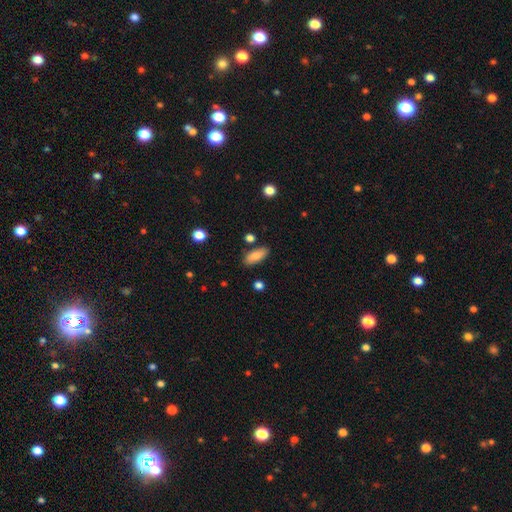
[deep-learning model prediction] A smooth galaxy with no disk features (85%) that is in between round and cigar-shaped (78%).

Vote fractions:
- Smooth or featured? smooth: 85% / featured or disk: 7% / star or artifact: 7%
- How rounded? in between: 78% / cigar-shaped: 20% / round: 3%
- Merging? none: 82% / minor disturbance: 11% / merger: 3% / major disturbance: 3%